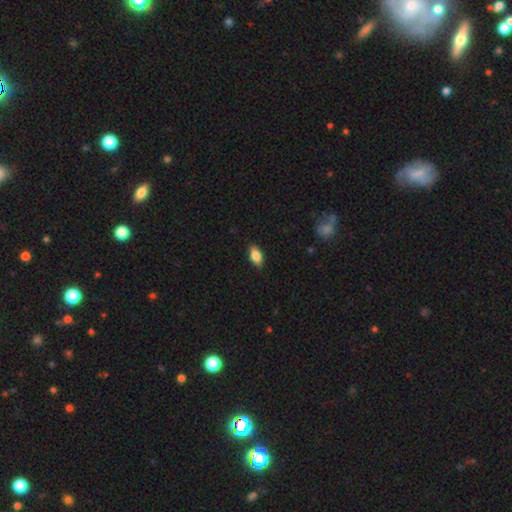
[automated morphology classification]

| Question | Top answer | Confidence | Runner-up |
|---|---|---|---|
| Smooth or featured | smooth | 83% | featured or disk (10%) |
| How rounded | in between | 89% | cigar-shaped (7%) |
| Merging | none | 87% | minor disturbance (10%) |